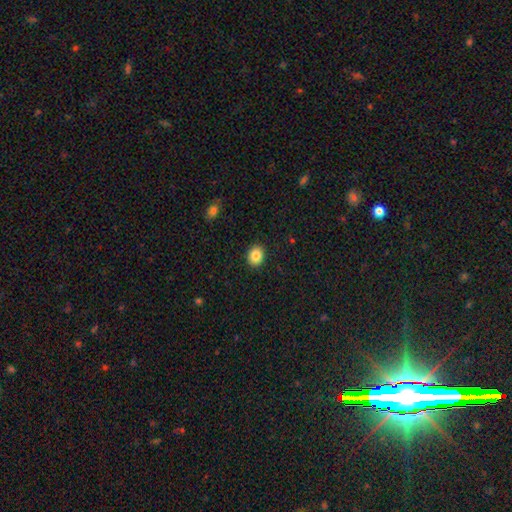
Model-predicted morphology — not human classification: Smooth or featured?
  - smooth: 85% *
  - star or artifact: 9%
  - featured or disk: 6%
How rounded?
  - round: 58% *
  - in between: 41%
  - cigar-shaped: 1%
Merging?
  - none: 91% *
  - minor disturbance: 6%
  - major disturbance: 2%
  - merger: 1%